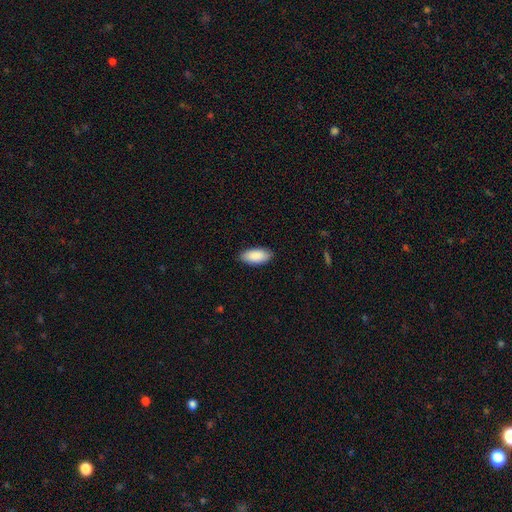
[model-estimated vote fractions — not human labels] A smooth galaxy with no disk features (90%) that is in between round and cigar-shaped (92%).

Vote fractions:
- Smooth or featured? smooth: 90% / star or artifact: 5% / featured or disk: 4%
- How rounded? in between: 92% / cigar-shaped: 6% / round: 2%
- Merging? none: 88% / minor disturbance: 10% / major disturbance: 2% / merger: 1%